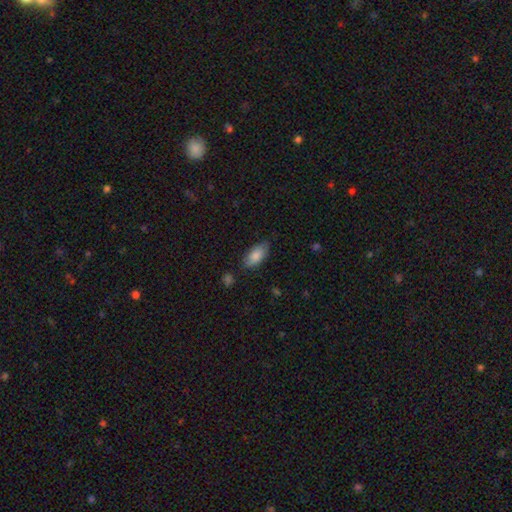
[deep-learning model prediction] Smooth or featured? smooth (85%)
How rounded? in between (91%)
Merging? none (78%)